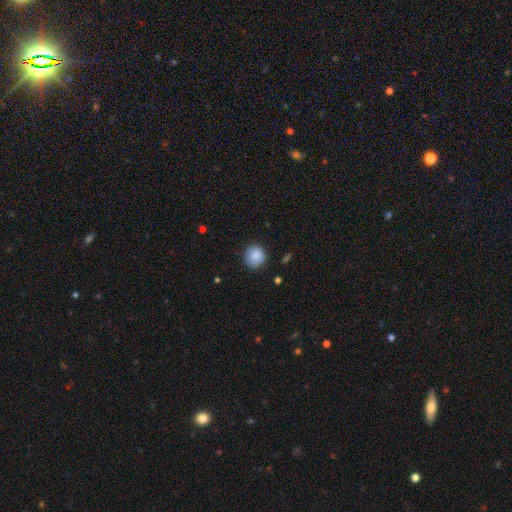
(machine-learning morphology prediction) smooth_or_featured: smooth (p=0.87) [alt: star or artifact p=0.08]
how_rounded: round (p=0.90) [alt: in between p=0.09]
merging: none (p=0.83) [alt: minor disturbance p=0.14]